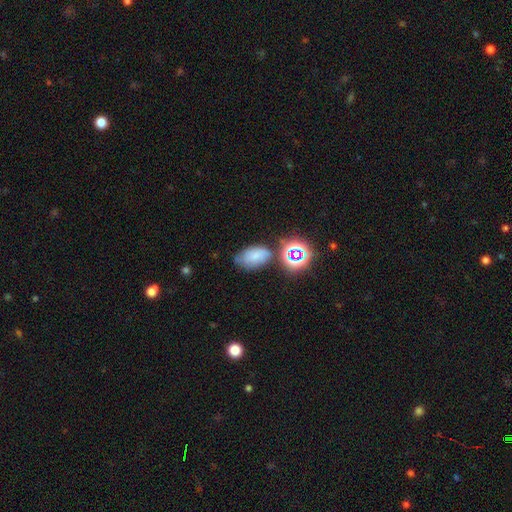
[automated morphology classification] This appears to be a smooth galaxy with no disk features (62%) that is in between round and cigar-shaped (86%). Merging: none (56%).